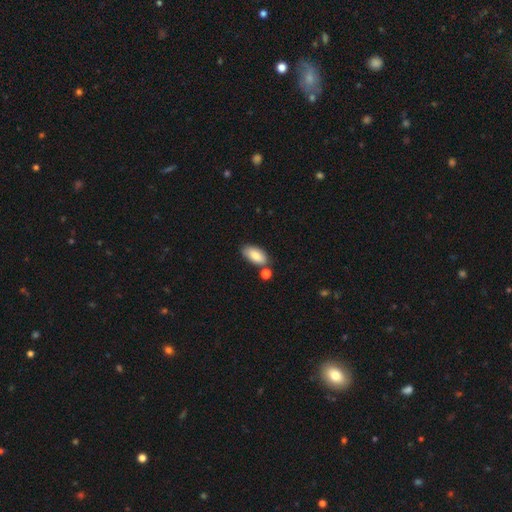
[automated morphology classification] smooth 83%, featured or disk 10%, star or artifact 7%. Down the decision tree: how rounded — in between (92%); merging — none (69%).